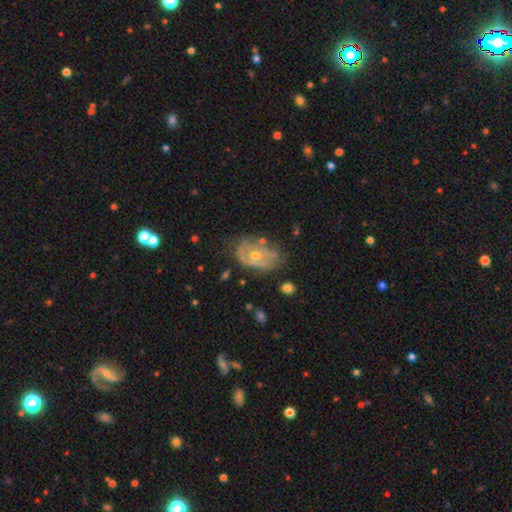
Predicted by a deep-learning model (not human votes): Smooth or featured: featured or disk — 66% (smooth — 25%)
Edge-on disk: no — 95% (yes — 5%)
Bar: no — 75% (weak — 21%)
Spiral arms: yes — 63% (no — 37%)
Bulge size: moderate — 56% (small — 40%)
Merging: none — 57% (minor disturbance — 28%)